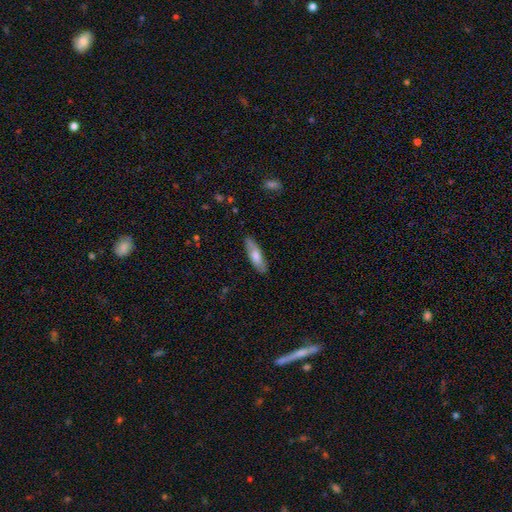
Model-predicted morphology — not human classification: Q: Smooth or featured?
A: smooth (67%); runner-up: featured or disk (27%)
Q: How rounded?
A: cigar-shaped (55%); runner-up: in between (43%)
Q: Merging?
A: none (84%); runner-up: minor disturbance (12%)